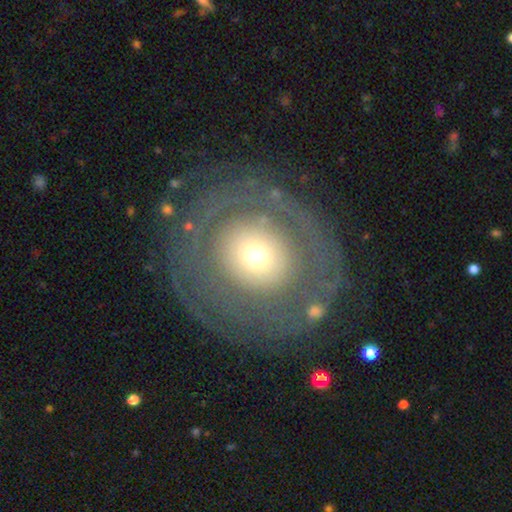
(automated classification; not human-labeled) This is possibly a featured or disk galaxy (55%). It is clearly not viewed edge-on (95%). Bar: clearly no (89%). Spiral arm pattern: likely no (74%). Central bulge: marginally small (43%). Merging: likely none (77%).